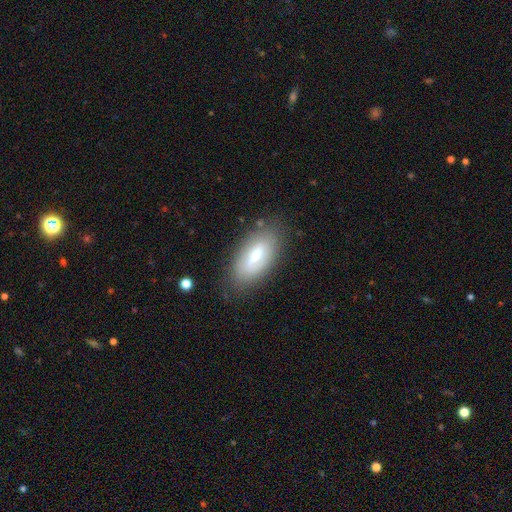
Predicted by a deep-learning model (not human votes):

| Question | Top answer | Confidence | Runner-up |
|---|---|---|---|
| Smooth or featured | smooth | 51% | featured or disk (41%) |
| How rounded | in between | 86% | cigar-shaped (11%) |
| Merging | none | 77% | minor disturbance (17%) |